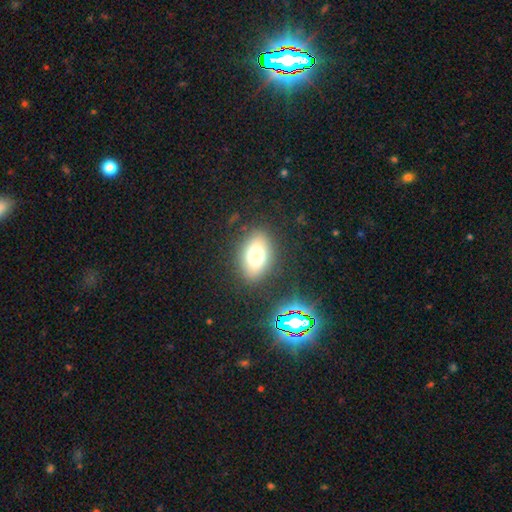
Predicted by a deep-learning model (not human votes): Smooth or featured? Predicted: smooth (p=0.69). How rounded? Predicted: in between (p=0.81). Merging? Predicted: none (p=0.84).